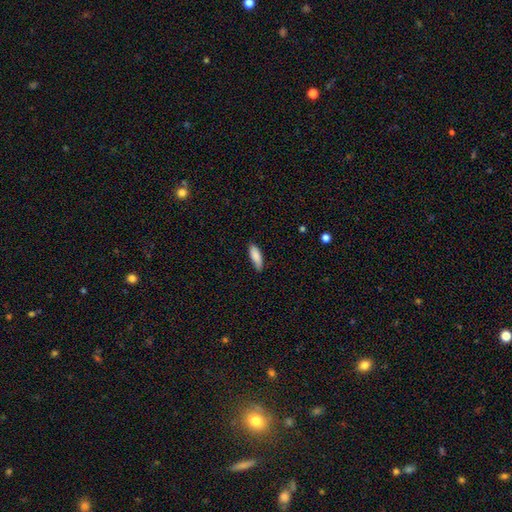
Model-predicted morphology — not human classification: Overall: smooth (87%). How rounded: in between (61%; cigar-shaped 37%). Merging: none (77%).